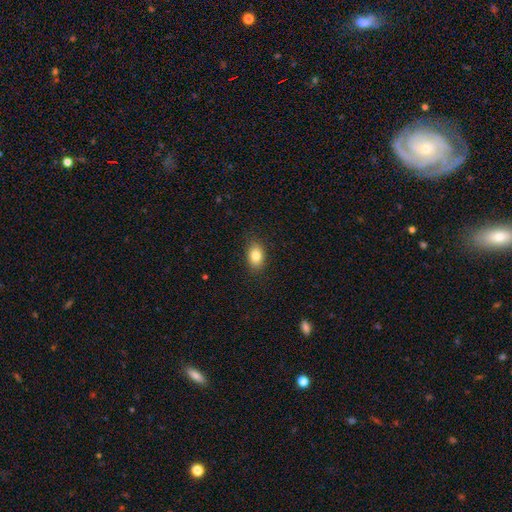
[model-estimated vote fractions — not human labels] Smooth or featured? smooth (82%)
How rounded? in between (81%)
Merging? none (86%)